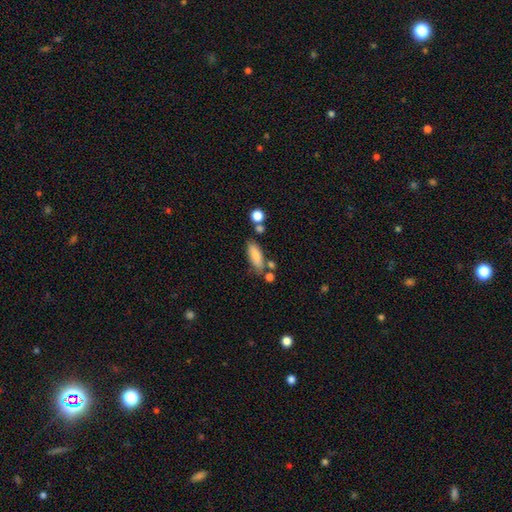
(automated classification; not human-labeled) Q: Smooth or featured?
A: smooth (82%); runner-up: featured or disk (11%)
Q: How rounded?
A: in between (63%); runner-up: cigar-shaped (34%)
Q: Merging?
A: none (67%); runner-up: minor disturbance (17%)